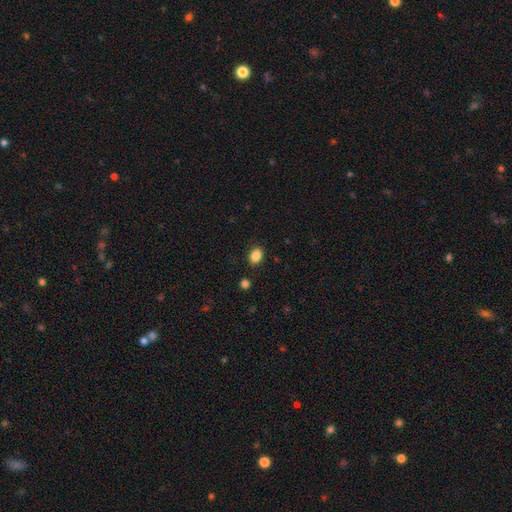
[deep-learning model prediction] The model was most divided on "how rounded": in between: 66%, round: 33%, cigar-shaped: 1%. More confident: merging — none (87%); smooth or featured — smooth (87%).